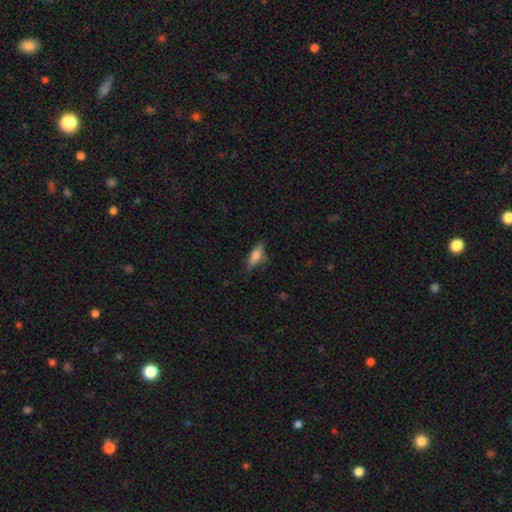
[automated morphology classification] A smooth galaxy with no disk features (79%) that is in between round and cigar-shaped (69%). Merging: none (66%).